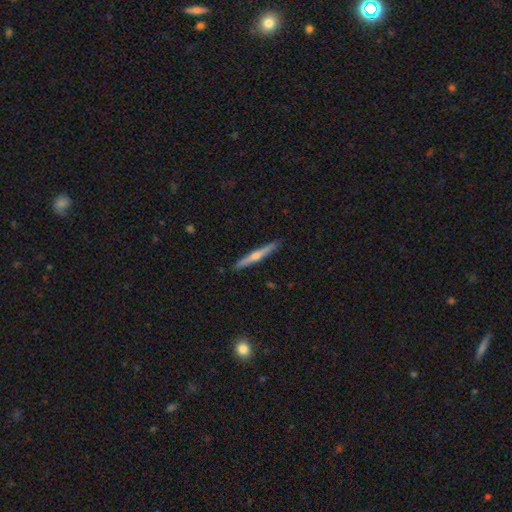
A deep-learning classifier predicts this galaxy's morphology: Overall: featured or disk (69%). Edge-on disk: yes (98%). Edge-on bulge: rounded (90%). Merging: none (92%).